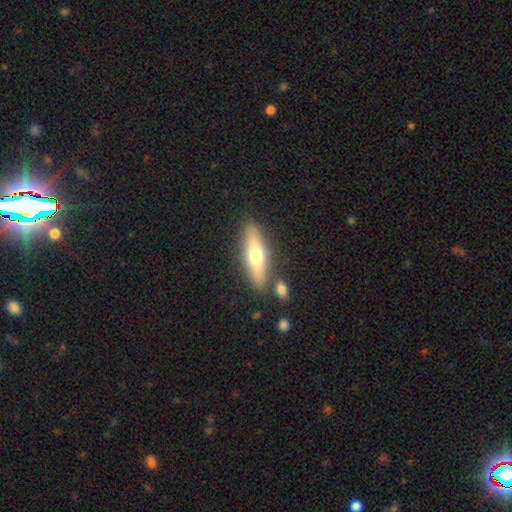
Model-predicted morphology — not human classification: smooth 49%, featured or disk 45%, star or artifact 6%. Down the decision tree: merging — none (81%).